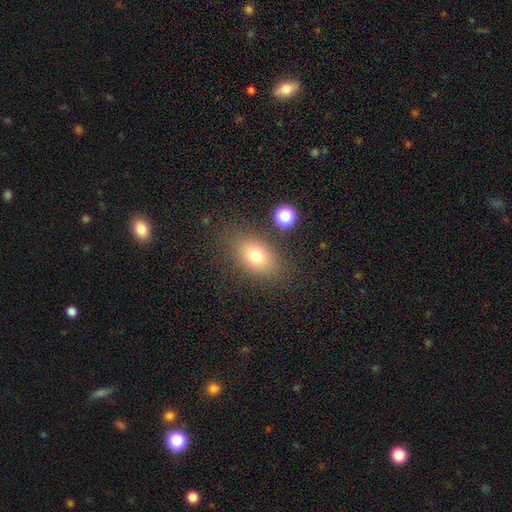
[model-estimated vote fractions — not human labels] Overall: smooth (75%). How rounded: in between (78%). Merging: none (80%).